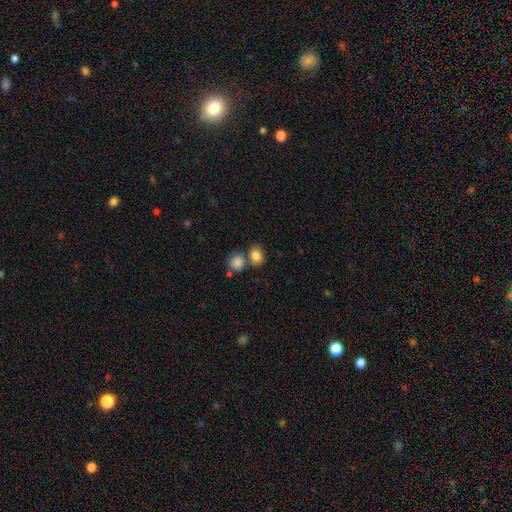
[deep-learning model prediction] This is clearly a smooth galaxy (84%). How rounded: possibly in between (50%). Merging: likely none (60%).